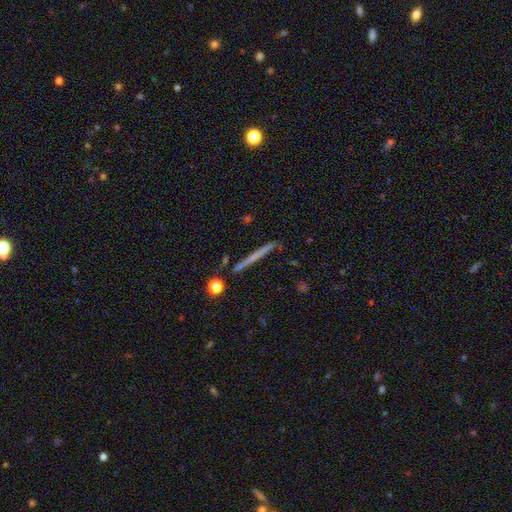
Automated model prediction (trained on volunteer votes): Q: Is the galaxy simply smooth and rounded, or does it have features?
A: featured or disk — 50%.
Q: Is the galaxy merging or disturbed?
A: none — 85%.